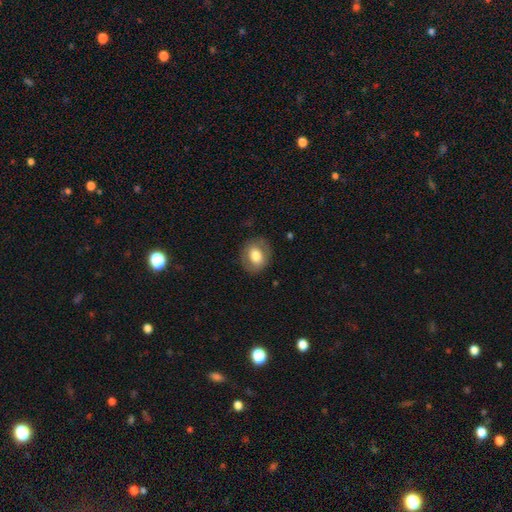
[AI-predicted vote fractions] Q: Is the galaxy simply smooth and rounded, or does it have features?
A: smooth — 68%.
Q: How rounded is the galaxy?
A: round — 53%.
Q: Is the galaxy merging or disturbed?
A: none — 82%.